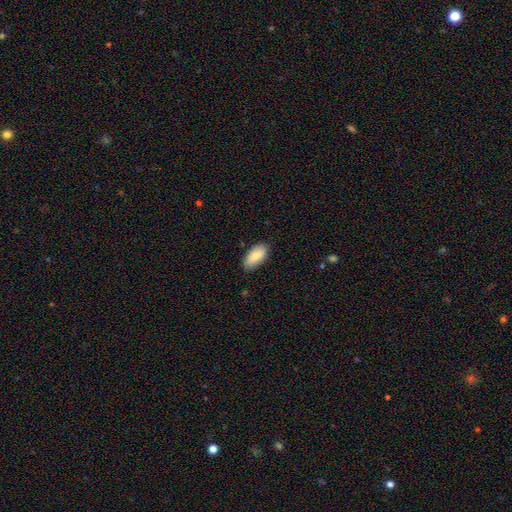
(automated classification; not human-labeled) Q: Smooth or featured?
A: smooth (83%); runner-up: featured or disk (11%)
Q: How rounded?
A: in between (91%); runner-up: cigar-shaped (7%)
Q: Merging?
A: none (82%); runner-up: minor disturbance (14%)